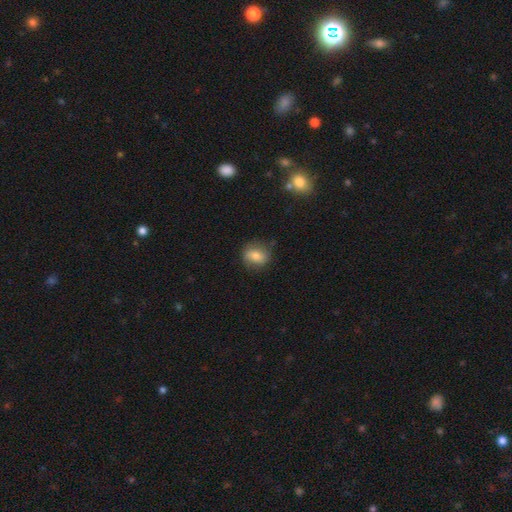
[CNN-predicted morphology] Smooth or featured? smooth (69%)
How rounded? round (62%)
Merging? none (77%)